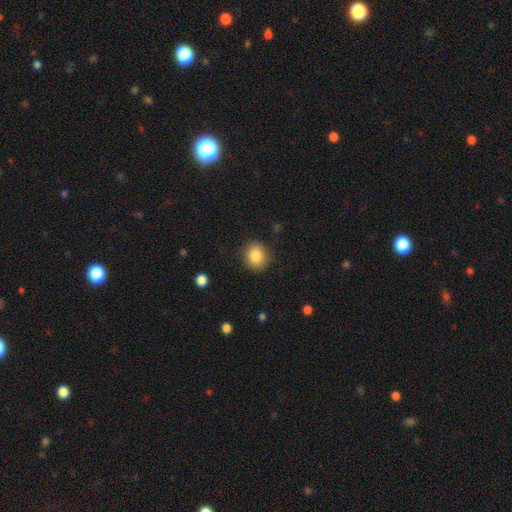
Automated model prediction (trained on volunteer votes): Q: Smooth or featured?
A: smooth (85%); runner-up: star or artifact (9%)
Q: How rounded?
A: round (72%); runner-up: in between (27%)
Q: Merging?
A: none (88%); runner-up: minor disturbance (9%)